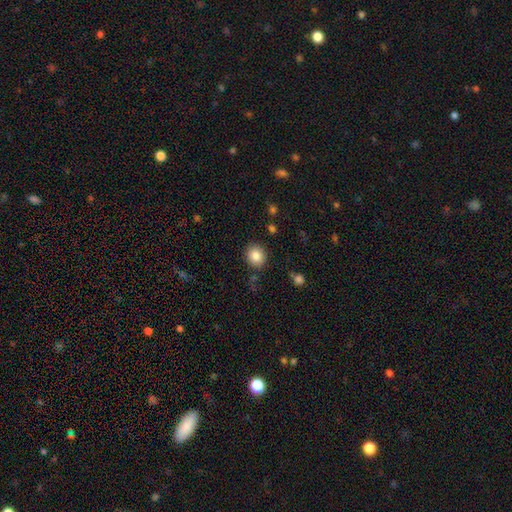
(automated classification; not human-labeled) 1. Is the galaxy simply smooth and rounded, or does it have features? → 84% smooth, 10% star or artifact, 6% featured or disk.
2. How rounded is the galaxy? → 80% round, 19% in between, 1% cigar-shaped.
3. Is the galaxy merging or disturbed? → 86% none, 9% minor disturbance, 3% major disturbance, 2% merger.